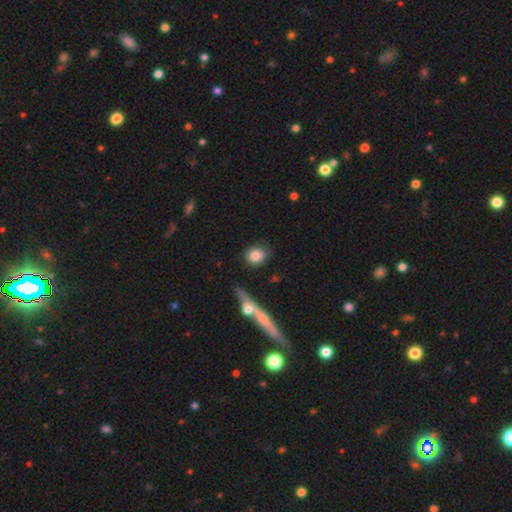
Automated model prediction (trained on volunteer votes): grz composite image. It shows a smooth galaxy with no disk features (81%) that is round (60%). Merging: none (76%).